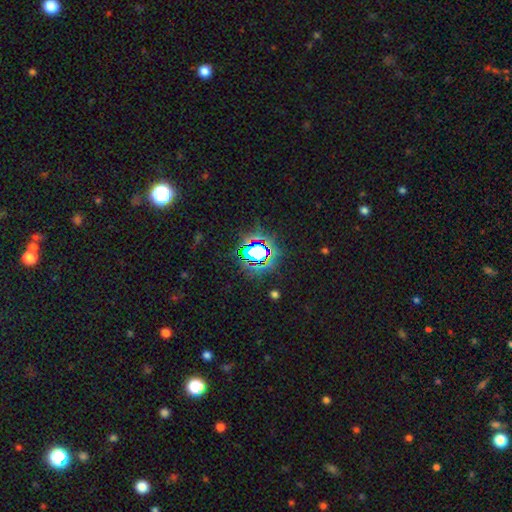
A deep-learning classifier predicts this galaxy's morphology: A star or artifact, not a galaxy (72%).